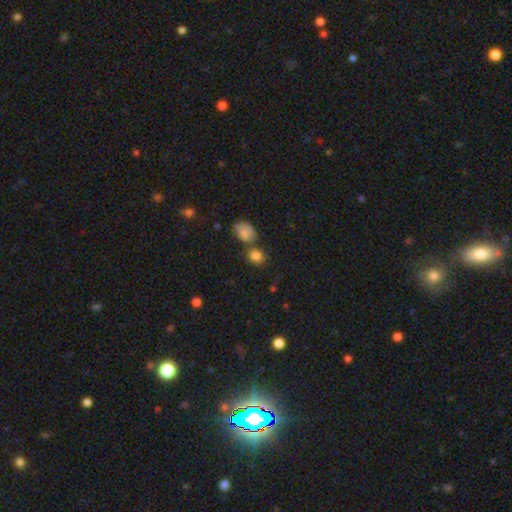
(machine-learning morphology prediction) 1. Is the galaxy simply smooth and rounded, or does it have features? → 83% smooth, 11% star or artifact, 6% featured or disk.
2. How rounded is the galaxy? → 69% round, 30% in between, 1% cigar-shaped.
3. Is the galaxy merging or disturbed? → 63% none, 20% merger, 13% minor disturbance, 4% major disturbance.